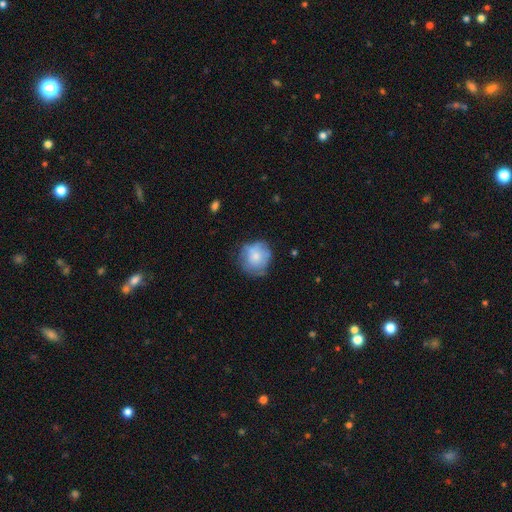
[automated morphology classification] This appears to be a smooth galaxy with no disk features (66%) that is round (83%). Merging: none (62%).